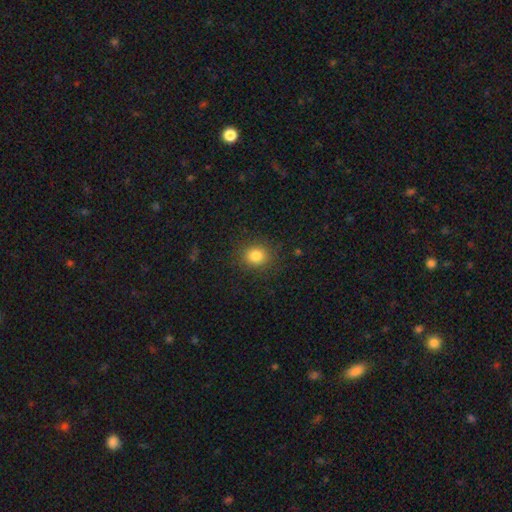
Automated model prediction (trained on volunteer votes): A smooth galaxy with no disk features (83%) that is round (75%). Merging: none (87%).